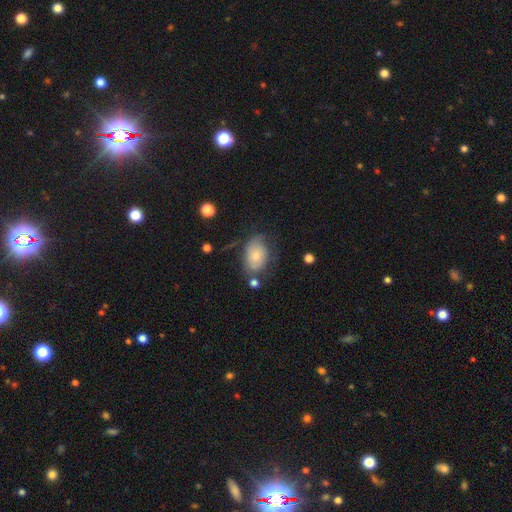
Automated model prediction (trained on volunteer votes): A smooth galaxy with no disk features (70%) that is in between round and cigar-shaped (85%).

Vote fractions:
- Smooth or featured? smooth: 70% / featured or disk: 23% / star or artifact: 8%
- How rounded? in between: 85% / round: 13% / cigar-shaped: 1%
- Merging? none: 55% / minor disturbance: 26% / major disturbance: 13% / merger: 6%